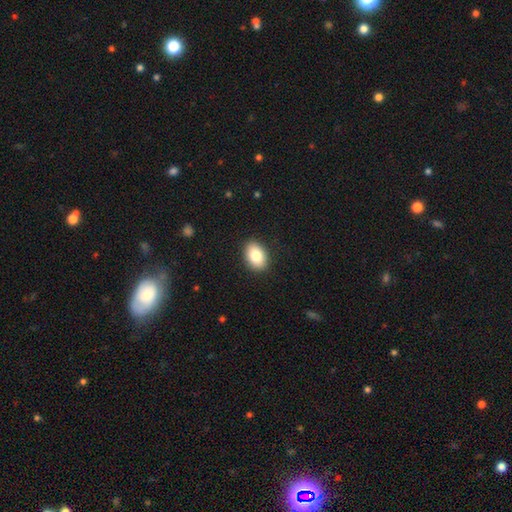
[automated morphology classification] This appears to be a smooth galaxy with no disk features (84%) that is in between round and cigar-shaped (85%). Merging: none (90%).